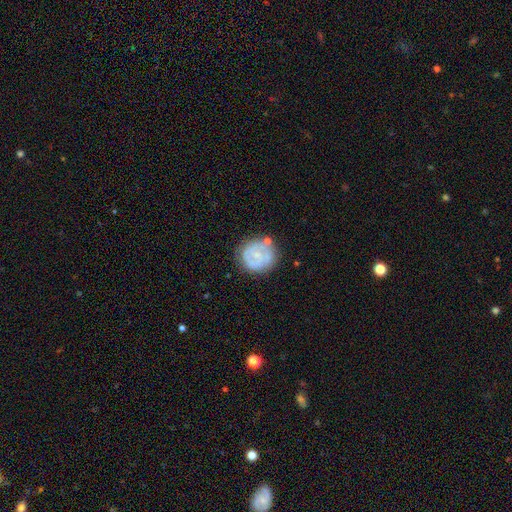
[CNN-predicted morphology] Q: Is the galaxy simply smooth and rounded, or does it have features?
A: featured or disk — 56%.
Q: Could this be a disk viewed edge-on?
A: no — 98%.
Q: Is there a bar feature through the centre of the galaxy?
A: no — 67%.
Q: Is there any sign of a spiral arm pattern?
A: yes — 57%.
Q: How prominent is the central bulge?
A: small — 57%.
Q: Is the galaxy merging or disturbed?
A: none — 66%.